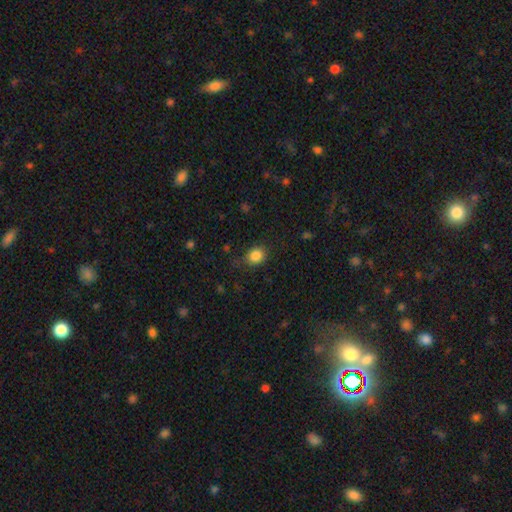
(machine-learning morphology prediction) Overall: smooth (85%). How rounded: round (63%; in between 36%). Merging: none (78%).